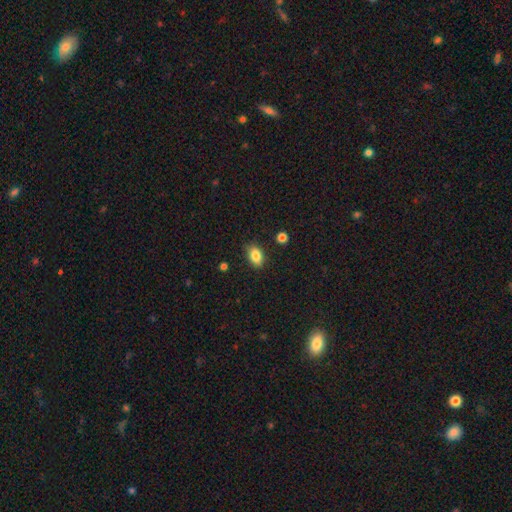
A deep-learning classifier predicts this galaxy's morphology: smooth 85%, star or artifact 8%, featured or disk 6%. Down the decision tree: how rounded — in between (86%); merging — none (84%).